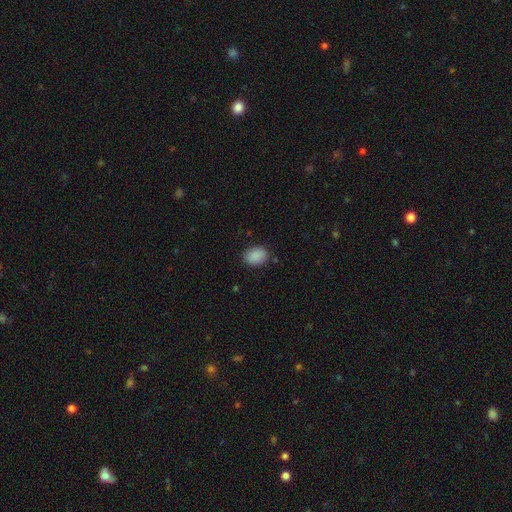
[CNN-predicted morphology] A smooth galaxy with no disk features (89%) that is in between round and cigar-shaped (71%).

Vote fractions:
- Smooth or featured? smooth: 89% / star or artifact: 8% / featured or disk: 3%
- How rounded? in between: 71% / round: 29% / cigar-shaped: 1%
- Merging? none: 84% / minor disturbance: 11% / major disturbance: 3% / merger: 1%